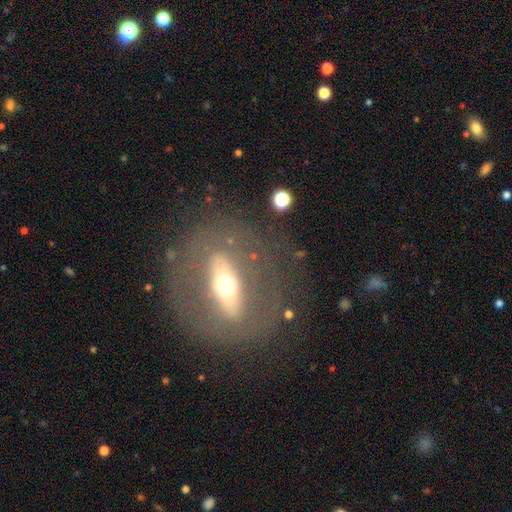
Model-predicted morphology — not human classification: smooth_or_featured: featured or disk (p=0.72) [alt: smooth p=0.18]
disk_edge_on: no (p=0.57) [alt: yes p=0.43]
merging: none (p=0.79) [alt: minor disturbance p=0.11]